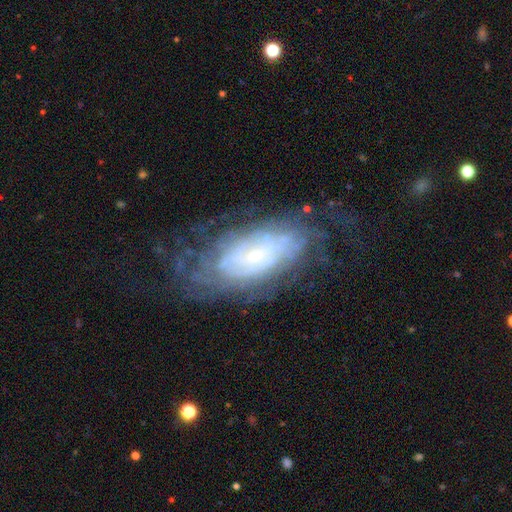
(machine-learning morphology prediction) Smooth or featured? Predicted: featured or disk (p=0.80). Edge-on disk? Predicted: no (p=0.92). Bar? Predicted: no (p=0.59). Spiral arms? Predicted: yes (p=0.89). Spiral winding? Predicted: tight (p=0.74). Spiral arm count? Predicted: can't tell (p=0.58). Bulge size? Predicted: small (p=0.68). Merging? Predicted: none (p=0.67).